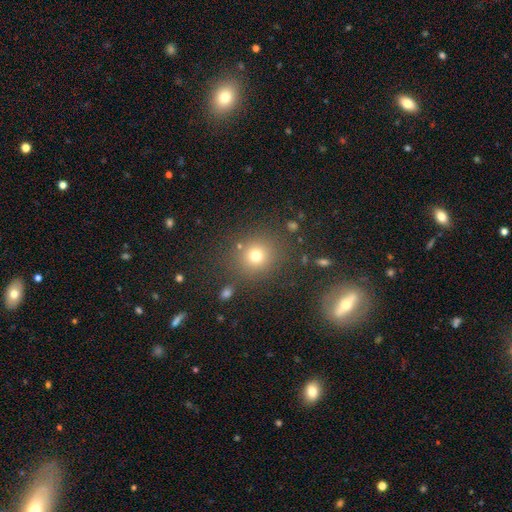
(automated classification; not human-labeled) Morphology: type=smooth (74%); roundness=round (88%); merging=none (83%).